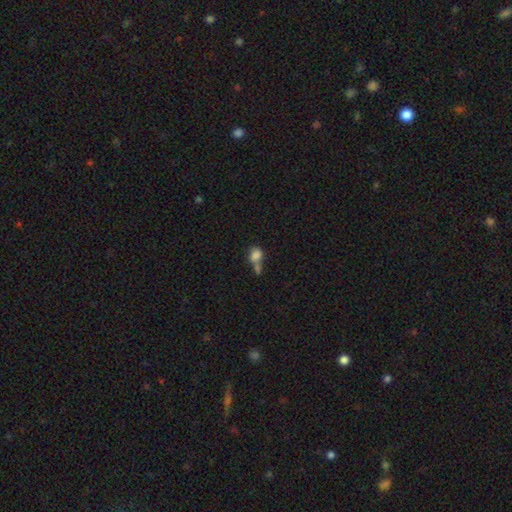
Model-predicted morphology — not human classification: smooth_or_featured: smooth (p=0.77) [alt: featured or disk p=0.13]
how_rounded: in between (p=0.61) [alt: round p=0.36]
merging: merger (p=0.55) [alt: none p=0.23]